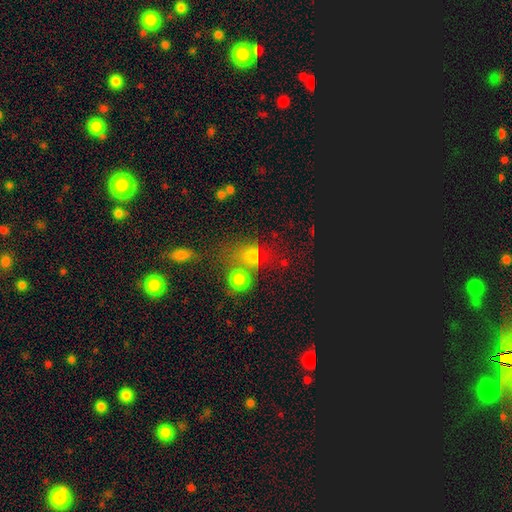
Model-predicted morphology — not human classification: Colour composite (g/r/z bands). It shows a smooth galaxy with no disk features (64%) that is round (64%). Merging: none (44%).